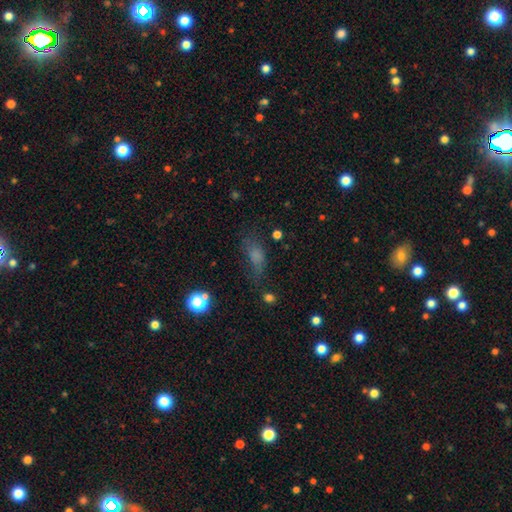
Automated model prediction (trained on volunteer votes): This is likely a smooth galaxy (65%). How rounded: likely in between (74%). Merging: marginally none (44%).